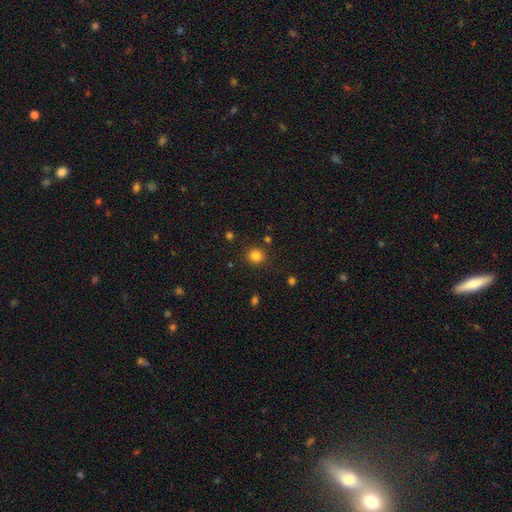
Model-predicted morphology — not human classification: Smooth or featured? Predicted: smooth (p=0.83). How rounded? Predicted: round (p=0.87). Merging? Predicted: none (p=0.86).